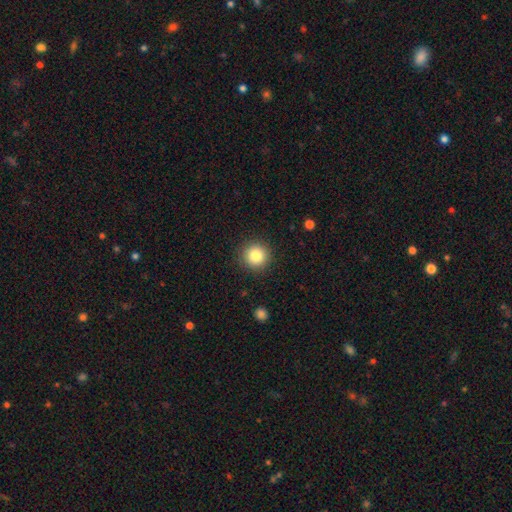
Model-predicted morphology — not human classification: This is clearly a smooth galaxy (83%). How rounded: clearly round (95%). Merging: clearly none (91%).